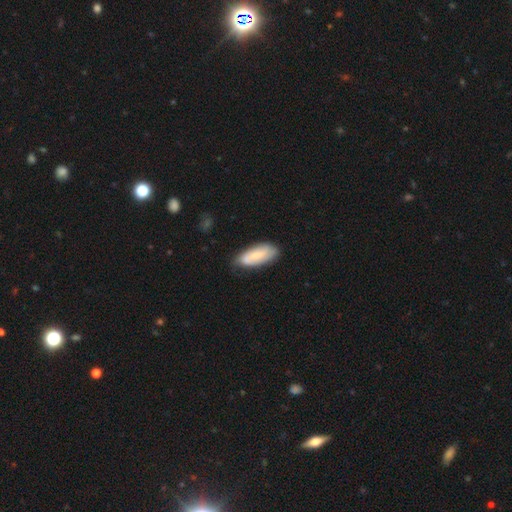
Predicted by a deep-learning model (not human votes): This is likely a smooth galaxy (61%). How rounded: clearly in between (84%). Merging: likely none (68%).